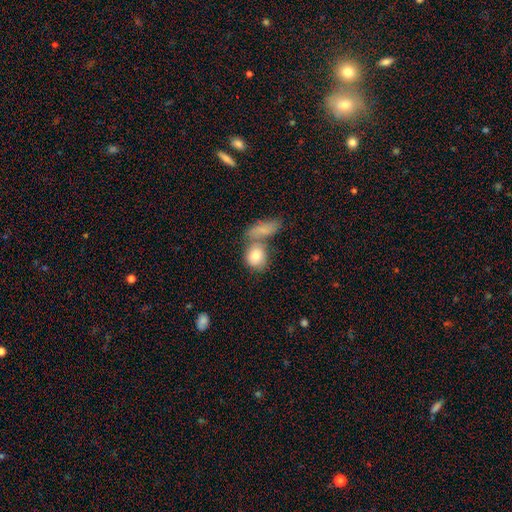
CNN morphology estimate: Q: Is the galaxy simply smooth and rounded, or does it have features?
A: smooth — 78%.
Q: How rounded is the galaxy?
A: round — 59%.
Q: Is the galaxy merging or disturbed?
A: none — 44%.